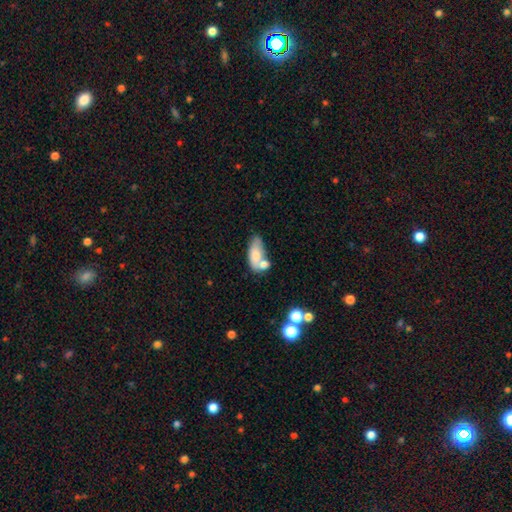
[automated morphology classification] Smooth or featured? smooth (72%)
How rounded? in between (86%)
Merging? merger (40%)